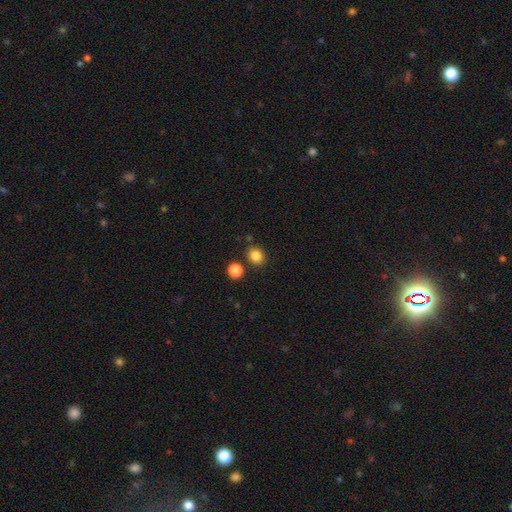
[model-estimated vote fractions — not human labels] A smooth galaxy with no disk features (84%) that is round (75%).

Vote fractions:
- Smooth or featured? smooth: 84% / star or artifact: 12% / featured or disk: 4%
- How rounded? round: 75% / in between: 24% / cigar-shaped: 1%
- Merging? none: 83% / minor disturbance: 8% / merger: 7% / major disturbance: 2%